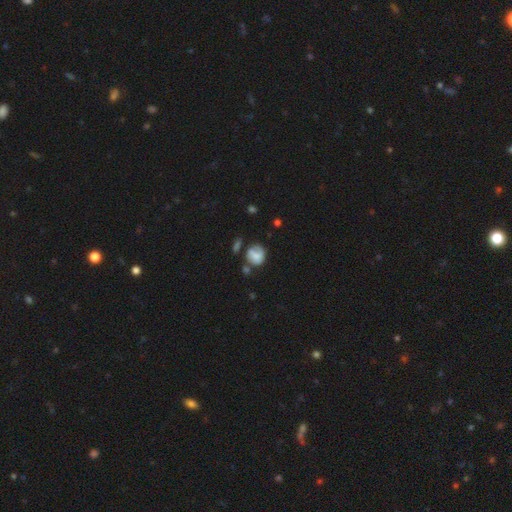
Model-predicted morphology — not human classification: Smooth or featured? smooth (61%)
How rounded? round (69%)
Merging? none (44%)